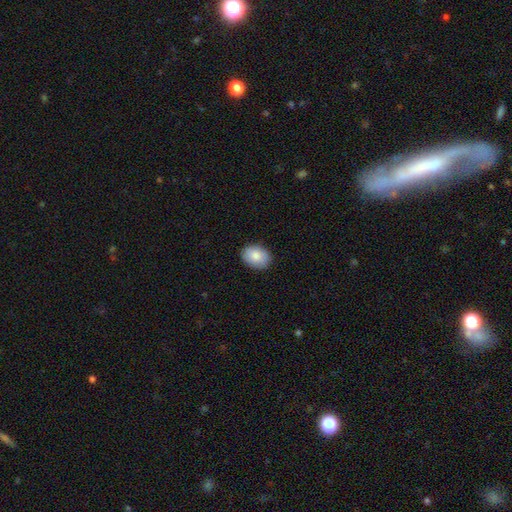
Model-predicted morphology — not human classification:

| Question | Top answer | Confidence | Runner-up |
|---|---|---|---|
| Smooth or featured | smooth | 84% | featured or disk (10%) |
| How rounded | in between | 69% | round (31%) |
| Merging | none | 86% | minor disturbance (11%) |